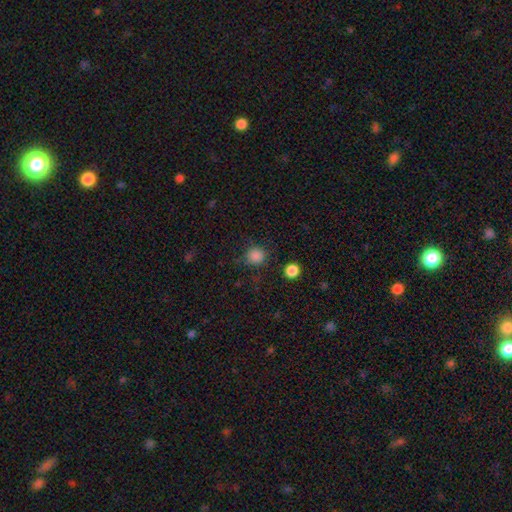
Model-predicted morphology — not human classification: A smooth galaxy with no disk features (84%) that is round (91%).

Vote fractions:
- Smooth or featured? smooth: 84% / star or artifact: 13% / featured or disk: 3%
- How rounded? round: 91% / in between: 8% / cigar-shaped: 1%
- Merging? none: 82% / minor disturbance: 11% / major disturbance: 4% / merger: 3%